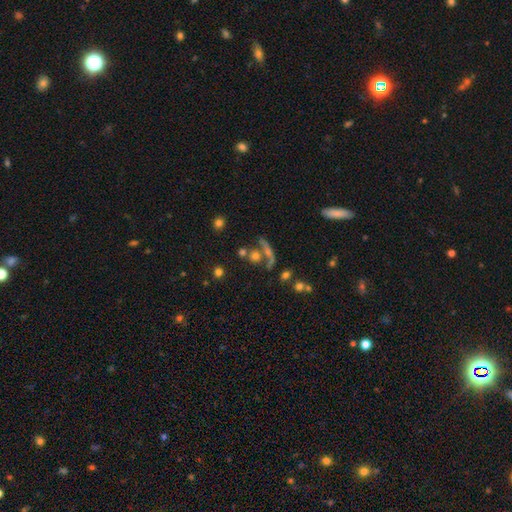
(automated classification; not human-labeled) Smooth or featured? smooth (43%)
Merging? none (48%)